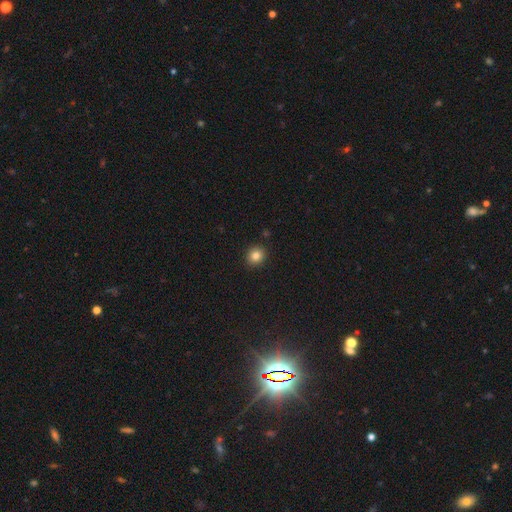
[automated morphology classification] Overall: smooth (83%). How rounded: round (82%). Merging: none (90%).